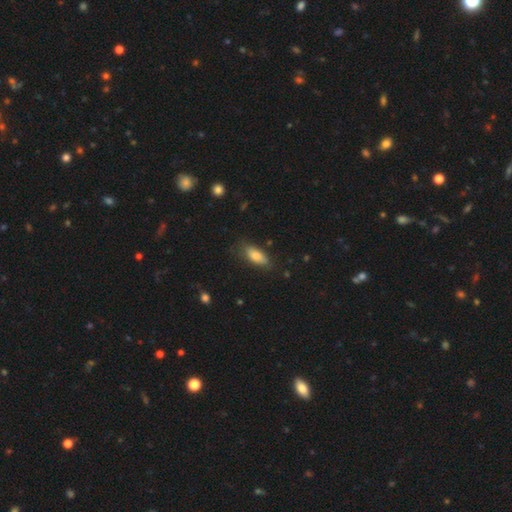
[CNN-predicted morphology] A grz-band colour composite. It shows a smooth galaxy with no disk features (82%) that is in between round and cigar-shaped (80%). Merging: none (74%).